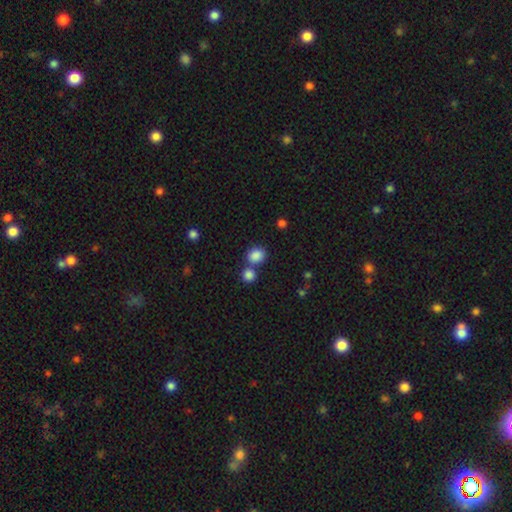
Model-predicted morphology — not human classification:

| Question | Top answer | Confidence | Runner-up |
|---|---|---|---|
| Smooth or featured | smooth | 86% | star or artifact (10%) |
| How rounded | round | 67% | in between (32%) |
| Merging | none | 58% | merger (28%) |